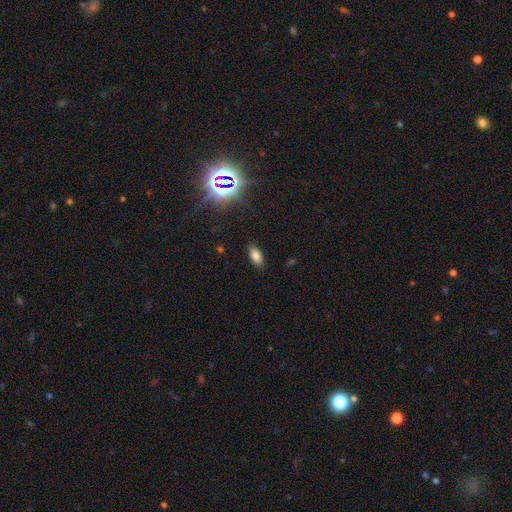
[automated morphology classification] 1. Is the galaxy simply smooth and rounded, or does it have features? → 77% smooth, 13% star or artifact, 9% featured or disk.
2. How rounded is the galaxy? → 86% in between, 10% cigar-shaped, 3% round.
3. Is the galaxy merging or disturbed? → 87% none, 9% minor disturbance, 2% major disturbance, 1% merger.